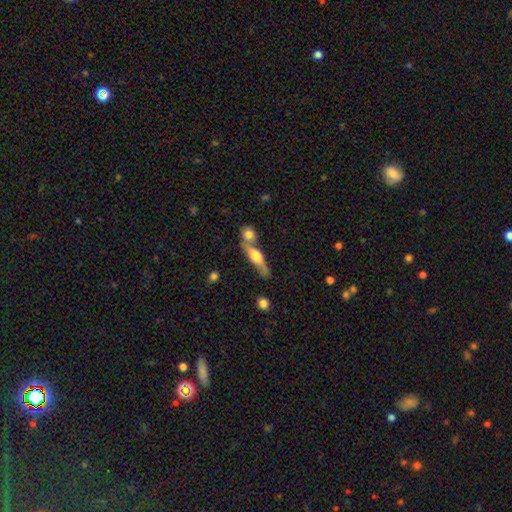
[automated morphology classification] Overall: smooth (48%; featured or disk 44%). Merging: none (42%; merger 41%).